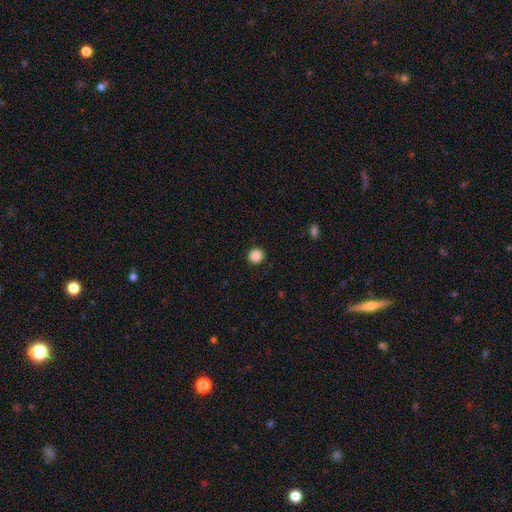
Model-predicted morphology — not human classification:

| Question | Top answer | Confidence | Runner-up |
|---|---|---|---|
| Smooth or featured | smooth | 88% | star or artifact (10%) |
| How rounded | round | 91% | in between (9%) |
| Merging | none | 92% | minor disturbance (5%) |